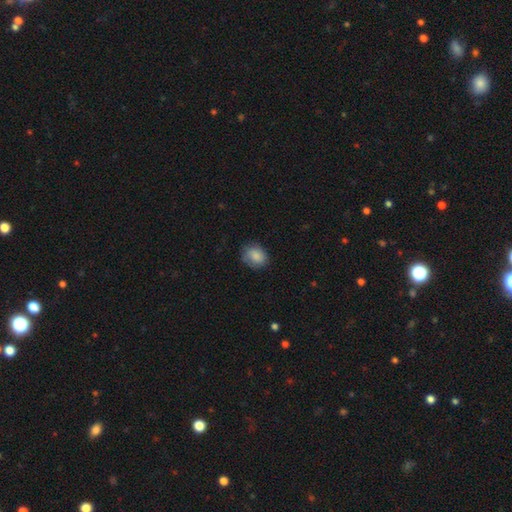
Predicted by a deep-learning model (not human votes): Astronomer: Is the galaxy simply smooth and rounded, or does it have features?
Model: smooth — 84%.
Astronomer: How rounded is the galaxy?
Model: round — 50% (runner-up: in between, 49%).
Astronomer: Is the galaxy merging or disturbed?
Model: none — 75%.